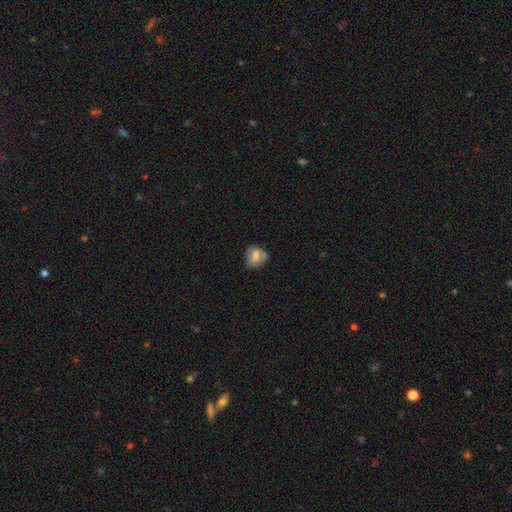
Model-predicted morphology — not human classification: Overall: smooth (52%; featured or disk 39%). How rounded: round (67%; in between 31%). Merging: none (60%; minor disturbance 25%).